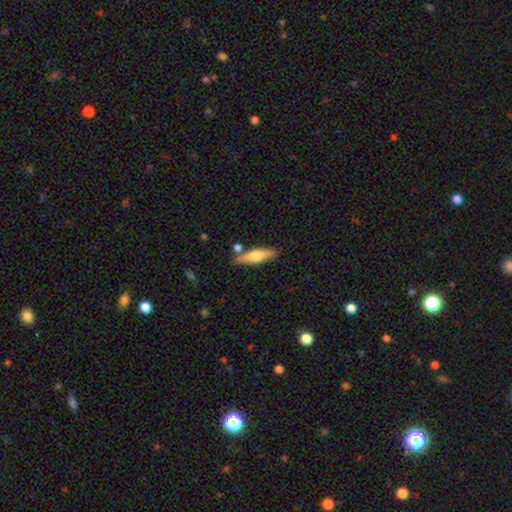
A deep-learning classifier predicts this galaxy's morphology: smooth_or_featured: featured or disk (p=0.47) [tied with: smooth p=0.47]
merging: none (p=0.78) [alt: minor disturbance p=0.12]